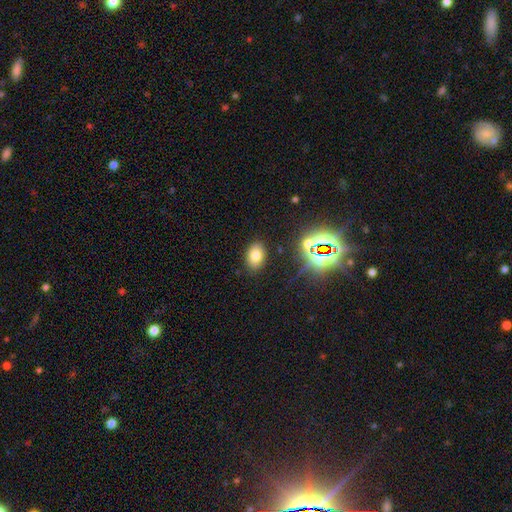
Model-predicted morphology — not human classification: smooth-or-featured: smooth: 72% | star or artifact: 17% | featured or disk: 11%
  how-rounded: in between: 85% | round: 14% | cigar-shaped: 1%
  merging: none: 87% | minor disturbance: 9% | major disturbance: 3% | merger: 2%